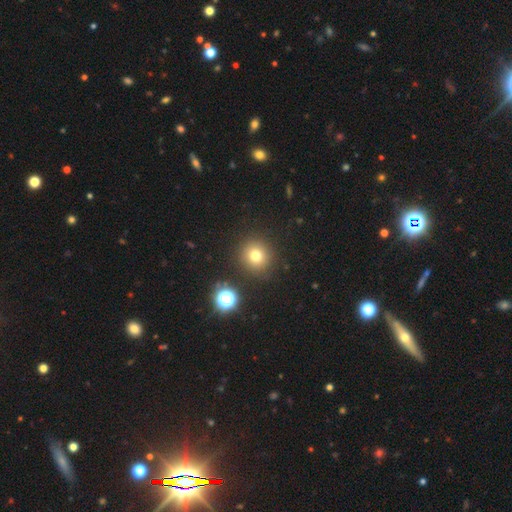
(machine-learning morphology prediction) The model was most divided on "smooth or featured": smooth: 75%, star or artifact: 17%, featured or disk: 8%. More confident: how rounded — round (92%); merging — none (88%).